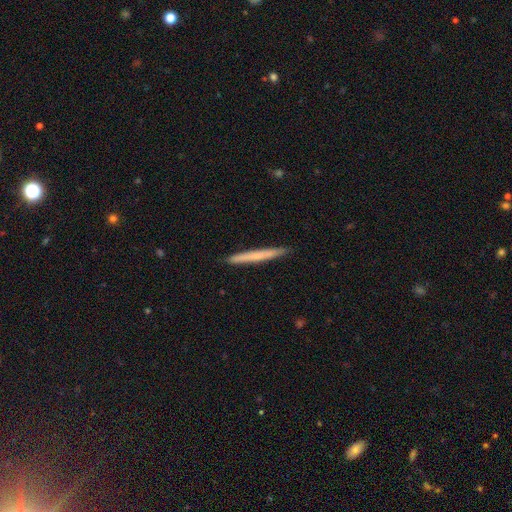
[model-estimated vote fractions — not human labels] smooth 60%, featured or disk 35%, star or artifact 5%. Down the decision tree: how rounded — cigar-shaped (97%); merging — none (92%).